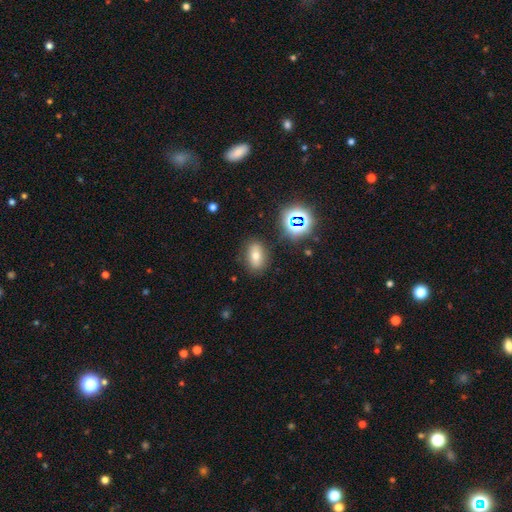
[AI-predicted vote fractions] smooth 63%, star or artifact 20%, featured or disk 17%. Down the decision tree: how rounded — in between (80%); merging — none (84%).